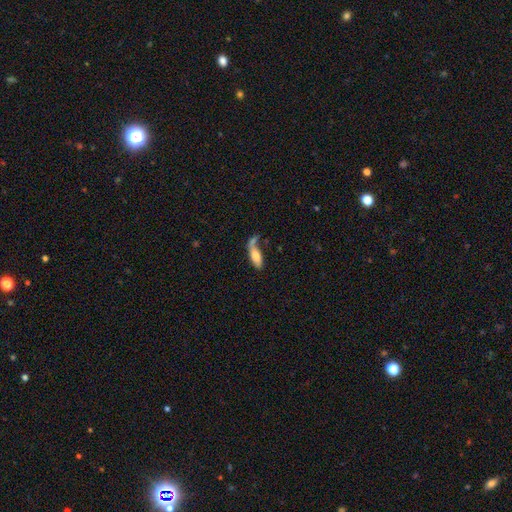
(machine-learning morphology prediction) Smooth or featured? smooth (68%)
How rounded? in between (65%)
Merging? none (34%)